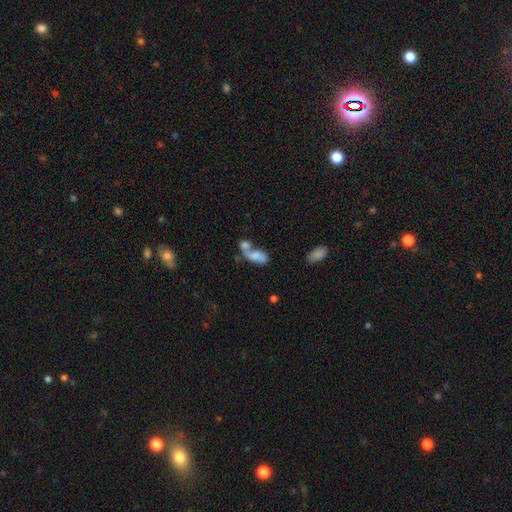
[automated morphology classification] This appears to be a smooth galaxy with no disk features (67%) that is in between round and cigar-shaped (86%). Merging: merger (63%).